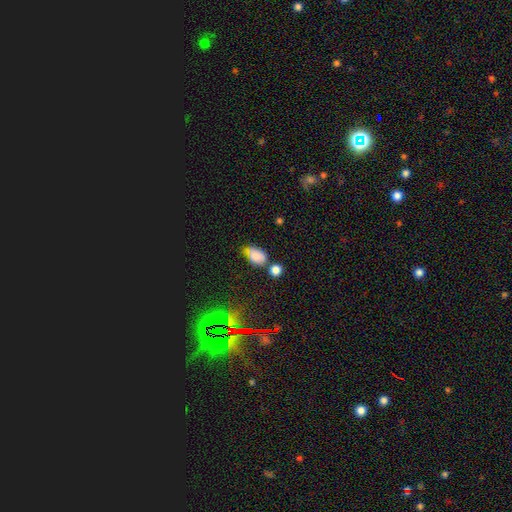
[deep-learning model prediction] A smooth galaxy with no disk features (76%) that is in between round and cigar-shaped (85%).

Vote fractions:
- Smooth or featured? smooth: 76% / star or artifact: 14% / featured or disk: 10%
- How rounded? in between: 85% / round: 13% / cigar-shaped: 2%
- Merging? none: 41% / minor disturbance: 30% / merger: 18% / major disturbance: 11%